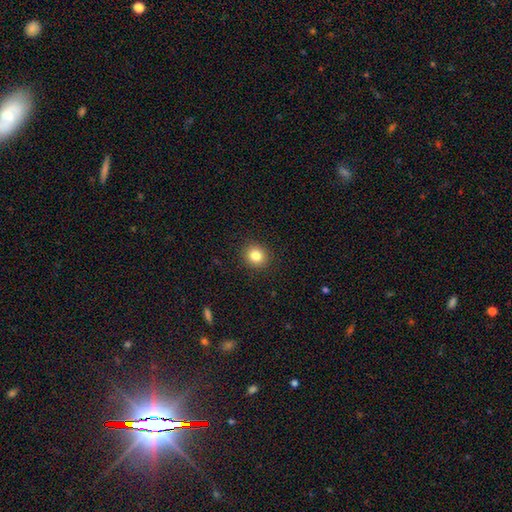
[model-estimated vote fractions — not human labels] Smooth or featured? smooth (83%)
How rounded? round (81%)
Merging? none (91%)